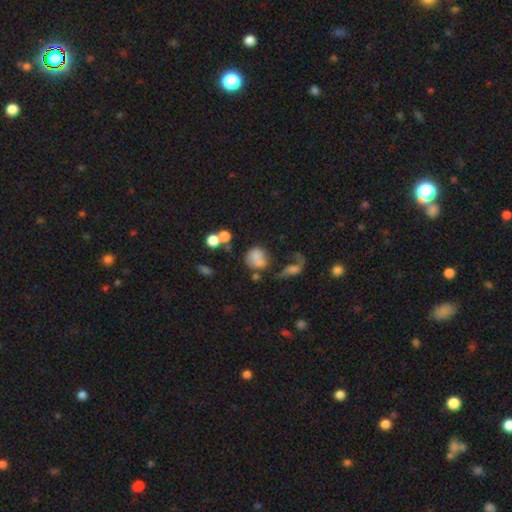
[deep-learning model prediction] Smooth or featured: smooth — 69% (featured or disk — 17%)
How rounded: round — 65% (in between — 34%)
Merging: none — 36% (merger — 25%)